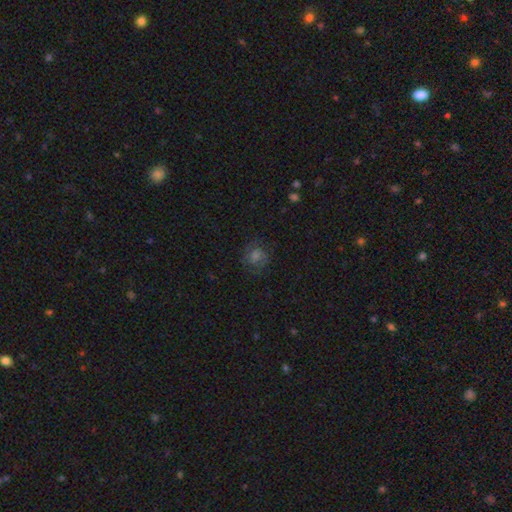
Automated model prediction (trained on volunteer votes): A smooth galaxy with no disk features (50%) that is round (79%). Merging: none (76%).